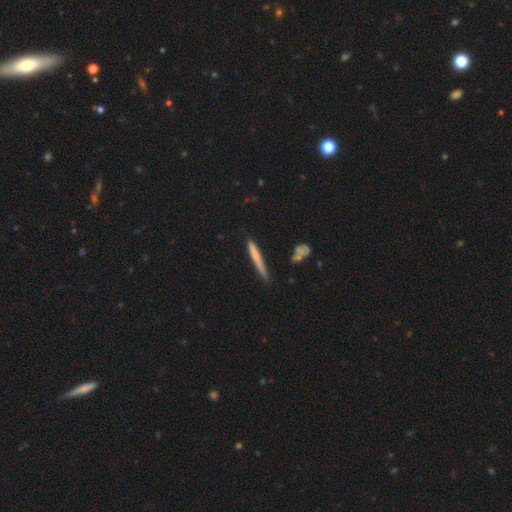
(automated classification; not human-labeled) smooth_or_featured: smooth (p=0.65) [alt: featured or disk p=0.29]
how_rounded: cigar-shaped (p=0.95) [alt: in between p=0.03]
merging: none (p=0.73) [alt: minor disturbance p=0.19]